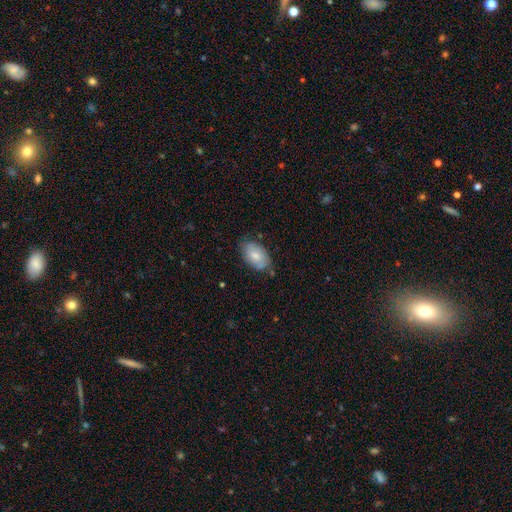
This appears to be a smooth galaxy with no disk features (70%) that is in between round and cigar-shaped (96%). Merging: none (75%).